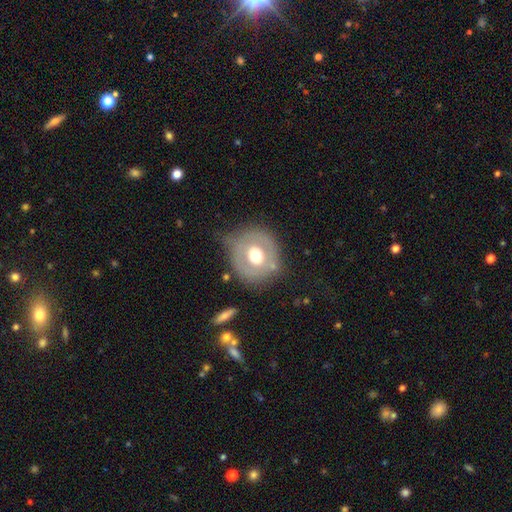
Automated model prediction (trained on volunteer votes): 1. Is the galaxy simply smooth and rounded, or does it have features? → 47% smooth, 46% featured or disk, 7% star or artifact.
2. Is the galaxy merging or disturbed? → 65% none, 21% minor disturbance, 10% major disturbance, 4% merger.